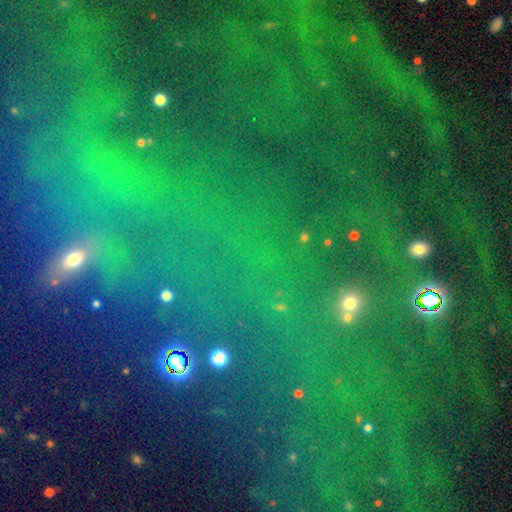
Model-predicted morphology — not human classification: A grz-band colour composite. It shows a star or artifact, not a galaxy (77%).